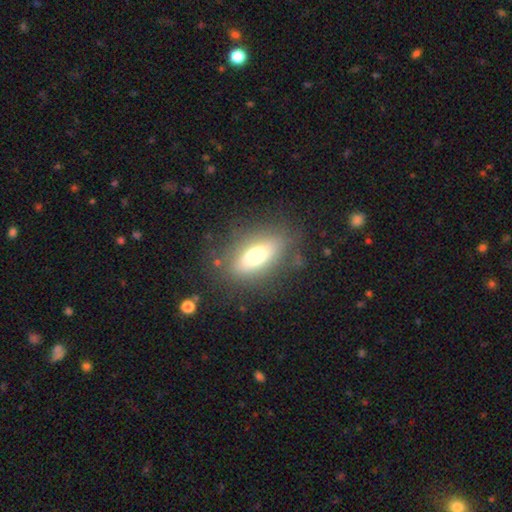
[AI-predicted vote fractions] The model was most divided on "smooth or featured": smooth: 64%, featured or disk: 26%, star or artifact: 9%. More confident: merging — none (79%); how rounded — in between (77%).